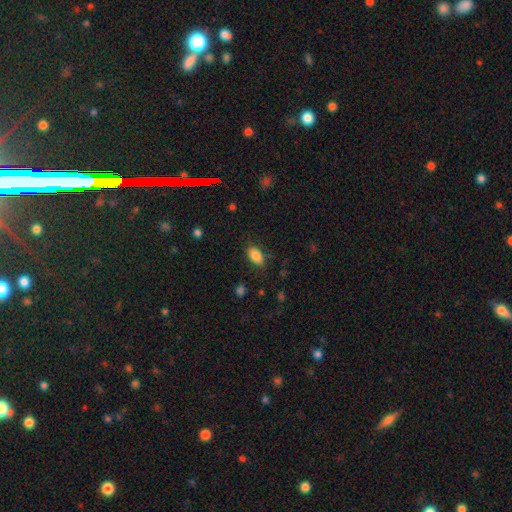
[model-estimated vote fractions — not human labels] This appears to be a smooth galaxy with no disk features (85%) that is in between round and cigar-shaped (91%). Merging: none (79%).